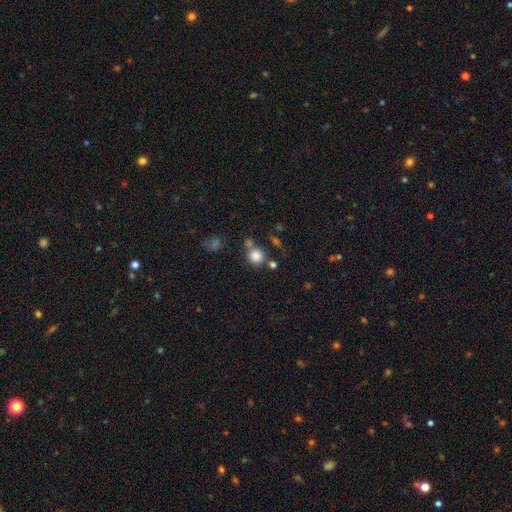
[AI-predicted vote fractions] Overall: smooth (84%). How rounded: round (91%). Merging: none (67%).